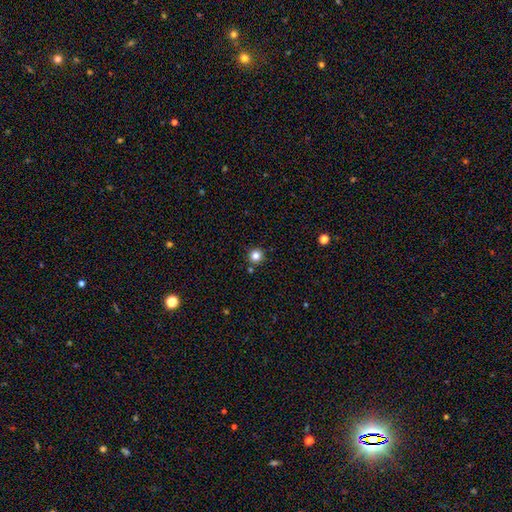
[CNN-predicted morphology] This is clearly a smooth galaxy (82%). How rounded: clearly round (95%). Merging: clearly none (88%).